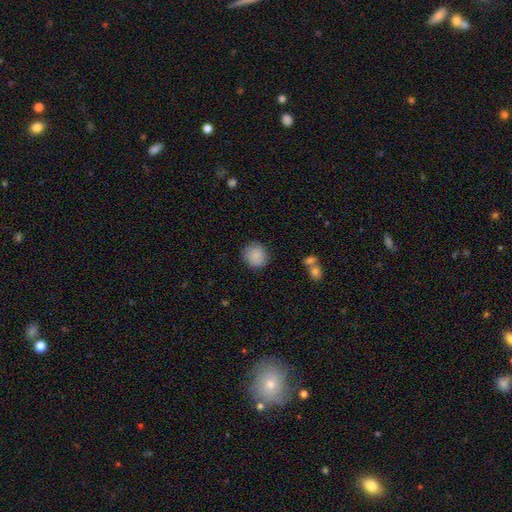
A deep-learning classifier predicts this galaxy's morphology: Smooth or featured?
  - smooth: 88% *
  - star or artifact: 7%
  - featured or disk: 5%
How rounded?
  - round: 89% *
  - in between: 11%
  - cigar-shaped: 1%
Merging?
  - none: 86% *
  - minor disturbance: 9%
  - major disturbance: 3%
  - merger: 2%